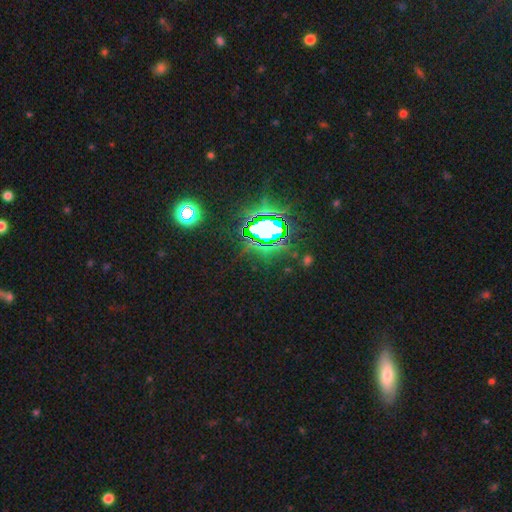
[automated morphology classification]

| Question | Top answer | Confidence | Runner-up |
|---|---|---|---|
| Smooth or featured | star or artifact | 80% | smooth (13%) |